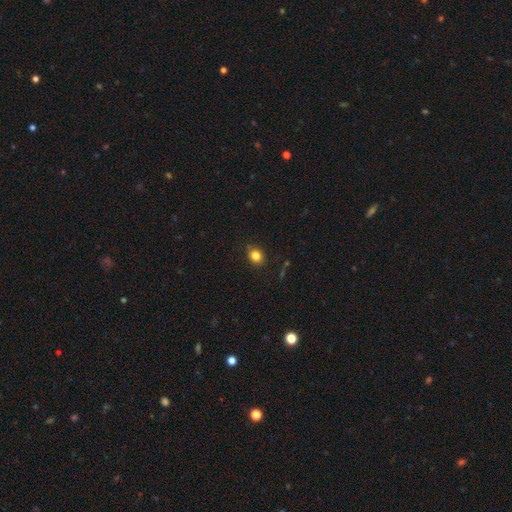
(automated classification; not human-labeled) A smooth galaxy with no disk features (82%) that is round (66%).

Vote fractions:
- Smooth or featured? smooth: 82% / star or artifact: 12% / featured or disk: 6%
- How rounded? round: 66% / in between: 33% / cigar-shaped: 1%
- Merging? none: 86% / minor disturbance: 10% / major disturbance: 2% / merger: 1%